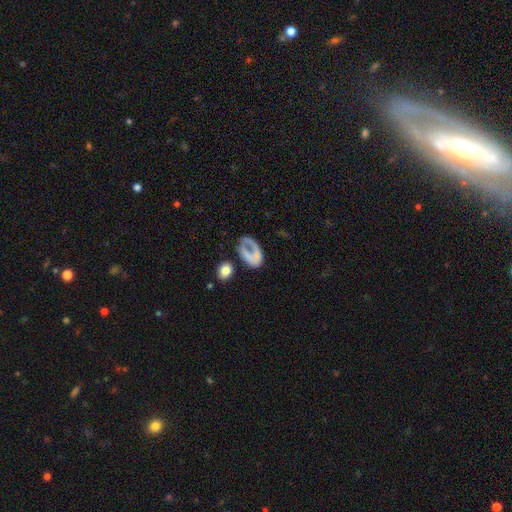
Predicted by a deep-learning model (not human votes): This appears to be a smooth galaxy with no disk features (45%). Merging: none (39%).